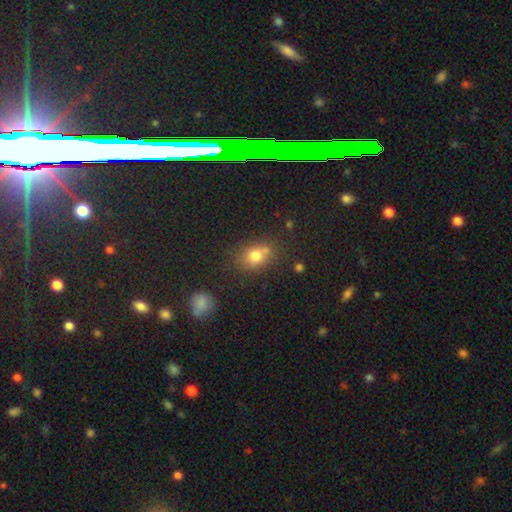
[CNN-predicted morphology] Smooth or featured: smooth — 76% (star or artifact — 13%)
How rounded: in between — 51% (round — 48%)
Merging: none — 57% (merger — 20%)